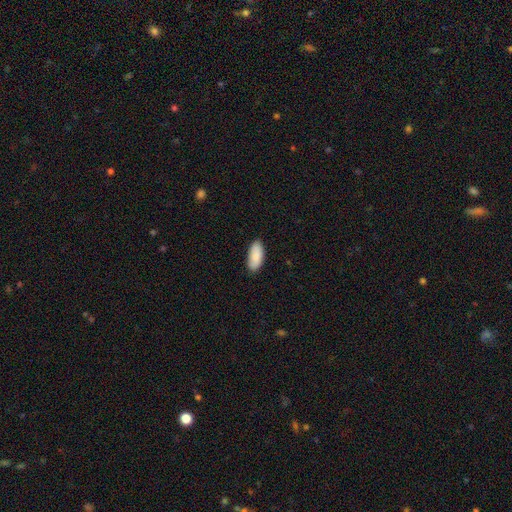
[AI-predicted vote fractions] Q: Smooth or featured?
A: smooth (89%); runner-up: star or artifact (5%)
Q: How rounded?
A: in between (89%); runner-up: cigar-shaped (9%)
Q: Merging?
A: none (87%); runner-up: minor disturbance (11%)